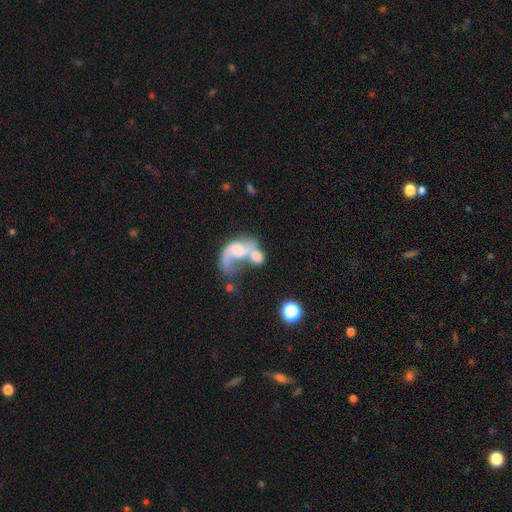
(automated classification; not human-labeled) Smooth or featured? featured or disk (50%)
Edge-on disk? no (96%)
Merging? merger (68%)